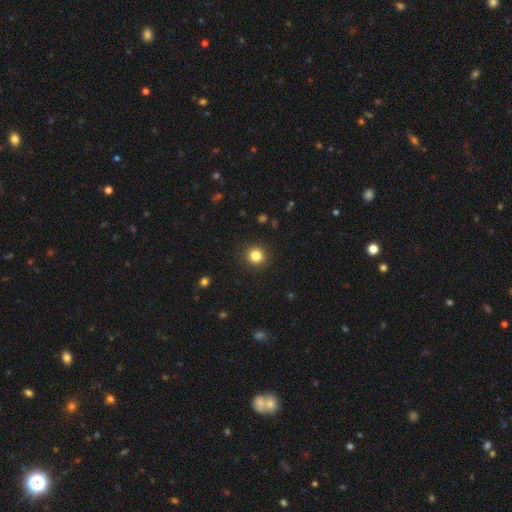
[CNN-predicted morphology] smooth_or_featured: smooth (p=0.83) [alt: star or artifact p=0.12]
how_rounded: round (p=0.93) [alt: in between p=0.06]
merging: none (p=0.92) [alt: minor disturbance p=0.05]